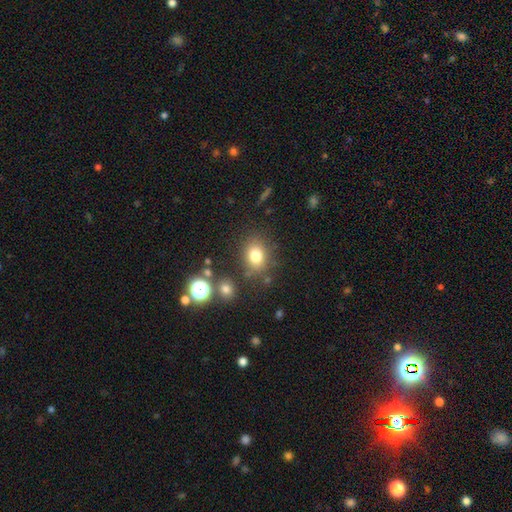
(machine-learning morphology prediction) A smooth galaxy with no disk features (79%) that is in between round and cigar-shaped (54%). Merging: none (78%).